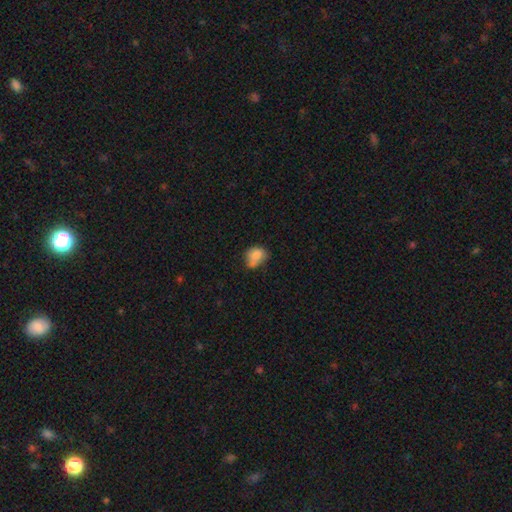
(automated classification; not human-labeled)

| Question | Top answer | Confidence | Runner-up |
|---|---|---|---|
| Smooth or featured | smooth | 78% | featured or disk (12%) |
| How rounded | in between | 50% | round (49%) |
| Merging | none | 41% | minor disturbance (28%) |